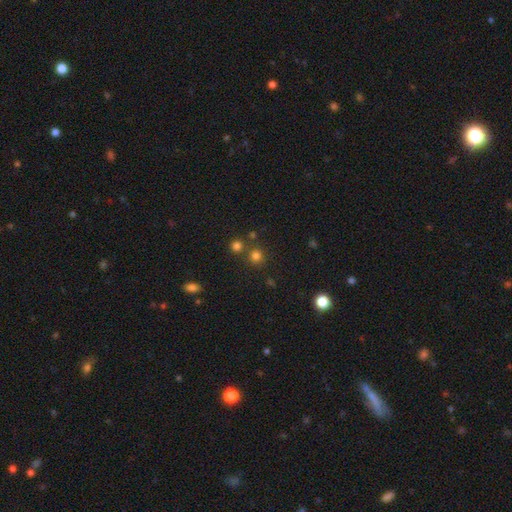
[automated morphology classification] smooth-or-featured: smooth: 74% | star or artifact: 20% | featured or disk: 6%
  how-rounded: round: 90% | in between: 9% | cigar-shaped: 1%
  merging: none: 74% | merger: 16% | minor disturbance: 7% | major disturbance: 3%